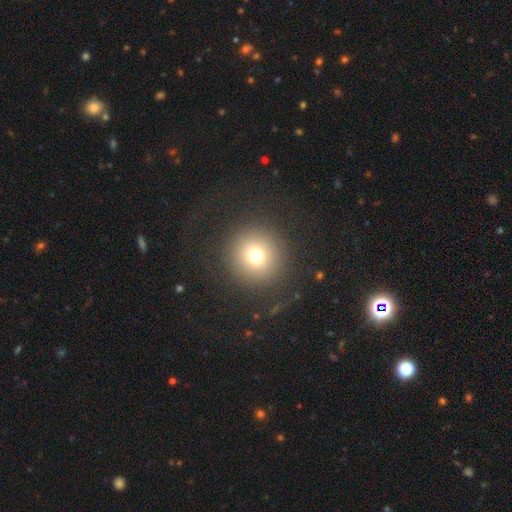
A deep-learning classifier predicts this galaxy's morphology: Smooth or featured: smooth — 73% (star or artifact — 17%)
How rounded: round — 95% (in between — 4%)
Merging: none — 89% (minor disturbance — 6%)